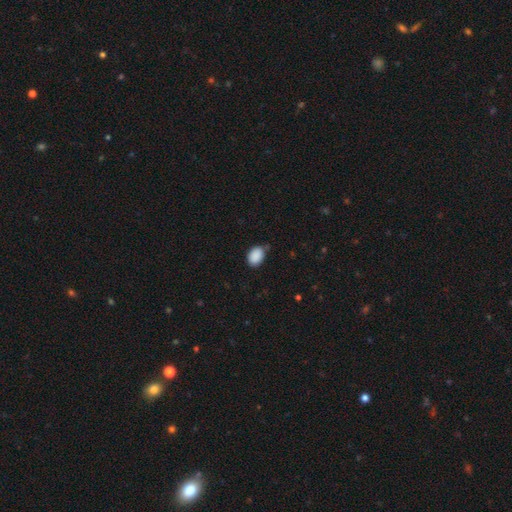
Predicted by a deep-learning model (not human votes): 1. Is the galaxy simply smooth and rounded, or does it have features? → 89% smooth, 8% star or artifact, 3% featured or disk.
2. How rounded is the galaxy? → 77% in between, 22% round, 1% cigar-shaped.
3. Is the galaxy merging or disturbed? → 69% none, 24% minor disturbance, 4% major disturbance, 2% merger.